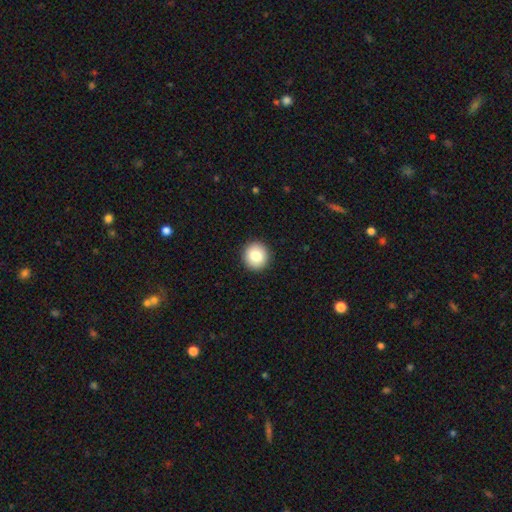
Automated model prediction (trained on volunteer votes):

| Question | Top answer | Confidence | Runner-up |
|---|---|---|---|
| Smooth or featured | smooth | 83% | featured or disk (9%) |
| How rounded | round | 93% | in between (6%) |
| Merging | none | 93% | minor disturbance (4%) |